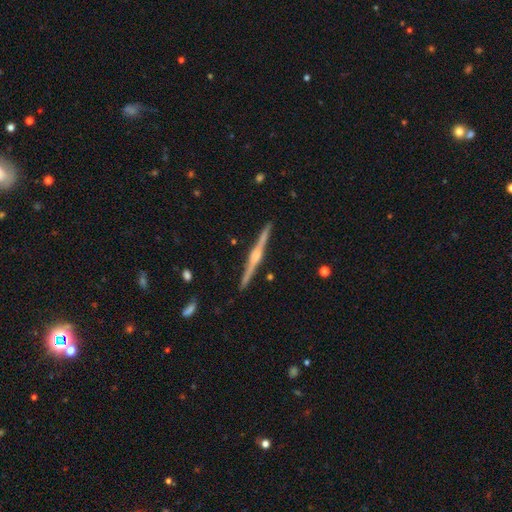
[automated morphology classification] Smooth or featured? featured or disk (85%)
Edge-on disk? yes (99%)
Edge-on bulge? rounded (81%)
Merging? none (92%)